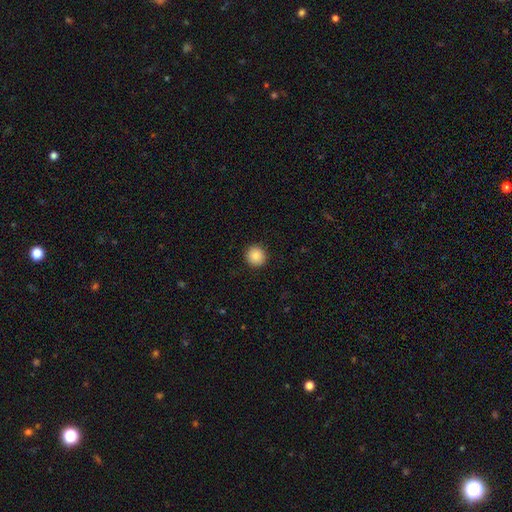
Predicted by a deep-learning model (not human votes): smooth-or-featured: smooth: 87% | star or artifact: 9% | featured or disk: 4%
  how-rounded: round: 93% | in between: 6% | cigar-shaped: 1%
  merging: none: 92% | minor disturbance: 5% | major disturbance: 2% | merger: 1%